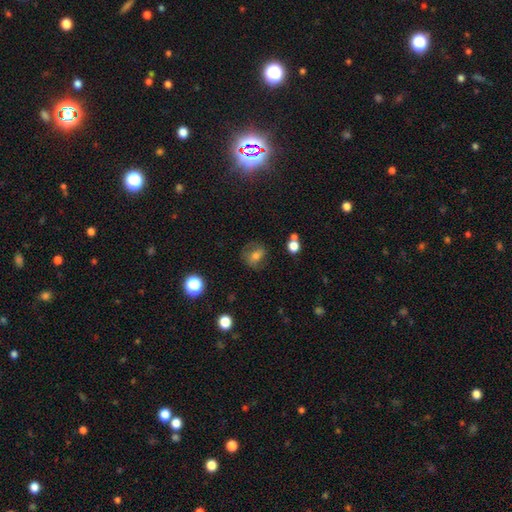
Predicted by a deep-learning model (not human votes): Overall: smooth (58%; featured or disk 26%). How rounded: round (58%; in between 40%). Merging: none (70%).